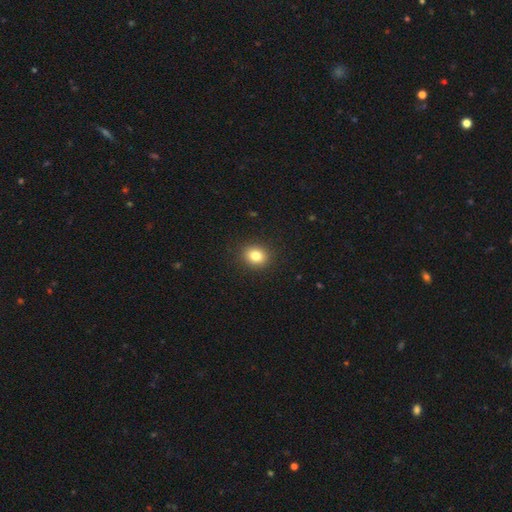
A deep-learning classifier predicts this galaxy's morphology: This appears to be a smooth galaxy with no disk features (82%) that is round (69%). Merging: none (91%).